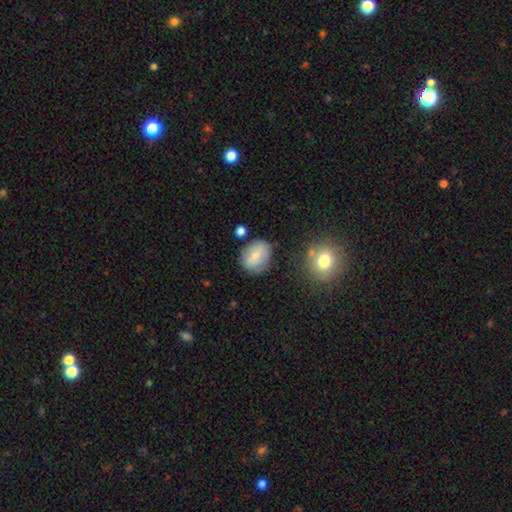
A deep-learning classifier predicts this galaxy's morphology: A smooth galaxy with no disk features (67%) that is round (52%).

Vote fractions:
- Smooth or featured? smooth: 67% / featured or disk: 25% / star or artifact: 8%
- How rounded? round: 52% / in between: 47% / cigar-shaped: 1%
- Merging? none: 72% / minor disturbance: 18% / major disturbance: 5% / merger: 5%